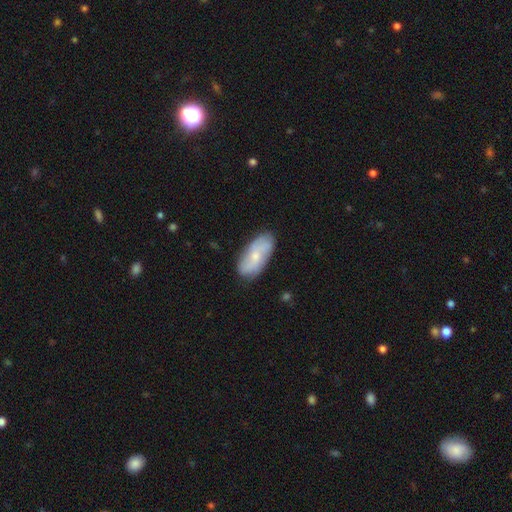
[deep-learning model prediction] The model was most divided on "smooth or featured": smooth: 53%, featured or disk: 41%, star or artifact: 7%. More confident: how rounded — in between (88%); merging — none (78%).